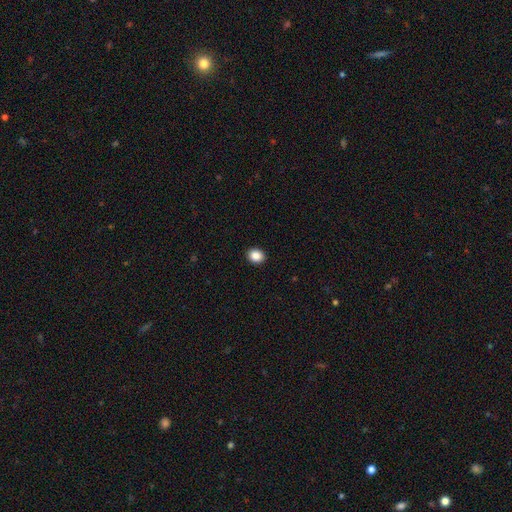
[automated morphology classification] The model was most divided on "how rounded": round: 66%, in between: 33%, cigar-shaped: 1%. More confident: merging — none (93%); smooth or featured — smooth (87%).